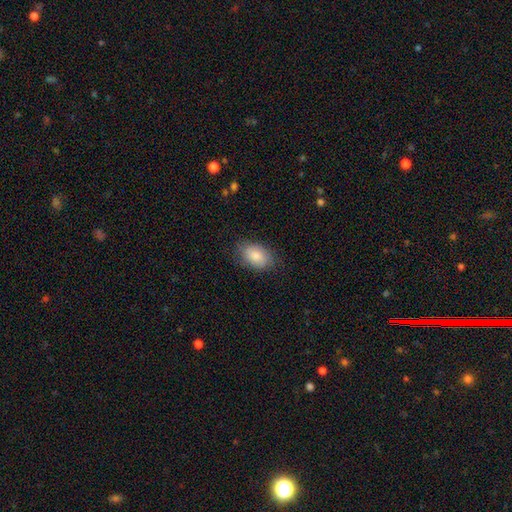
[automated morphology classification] Smooth or featured? smooth (84%)
How rounded? in between (89%)
Merging? none (78%)